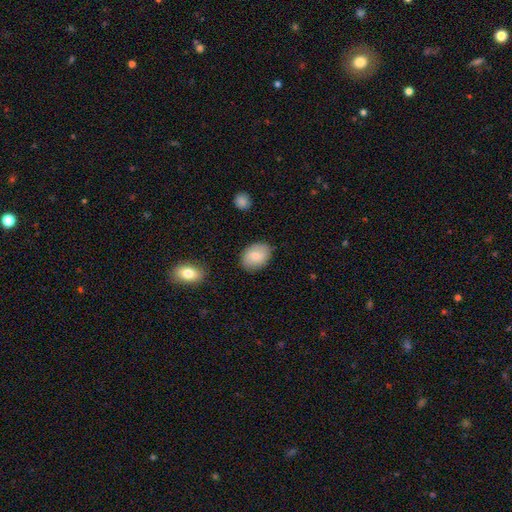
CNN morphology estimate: smooth-or-featured: smooth: 79% | featured or disk: 14% | star or artifact: 7%
  how-rounded: in between: 71% | round: 27% | cigar-shaped: 1%
  merging: none: 83% | minor disturbance: 12% | major disturbance: 3% | merger: 2%